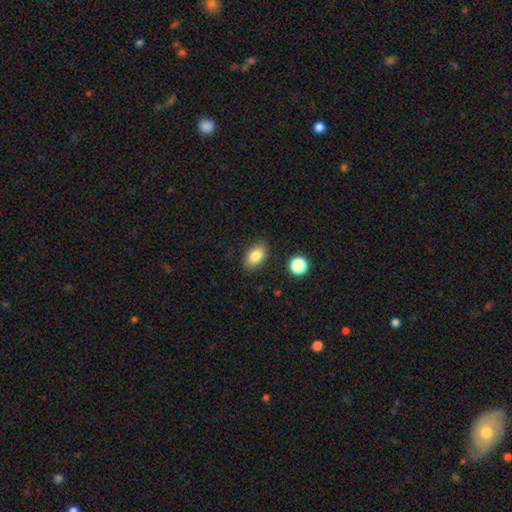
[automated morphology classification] Smooth or featured? smooth (84%)
How rounded? in between (89%)
Merging? none (86%)